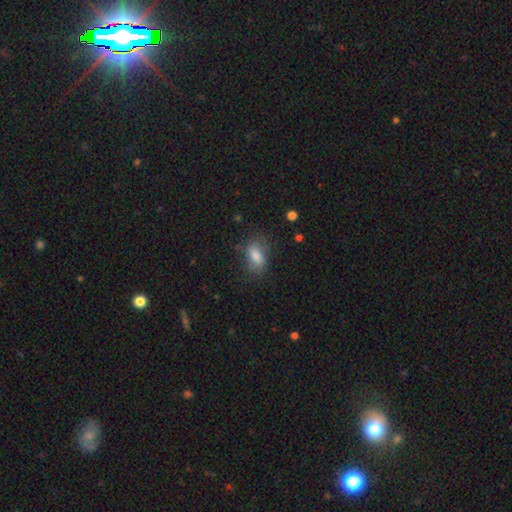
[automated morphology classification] Smooth or featured? Predicted: smooth (p=0.80). How rounded? Predicted: in between (p=0.85). Merging? Predicted: none (p=0.69).